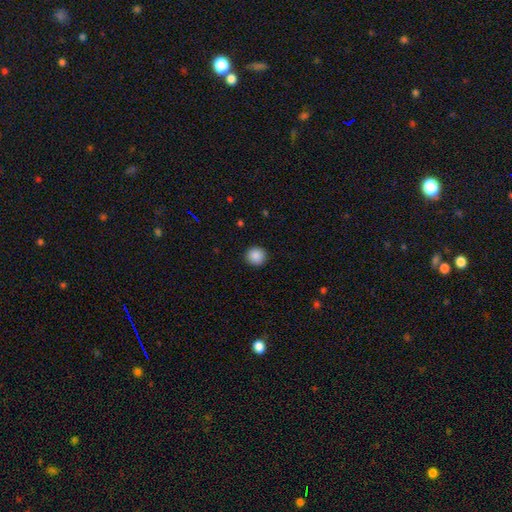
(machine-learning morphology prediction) Smooth or featured: smooth — 88% (star or artifact — 9%)
How rounded: round — 93% (in between — 6%)
Merging: none — 92% (minor disturbance — 5%)